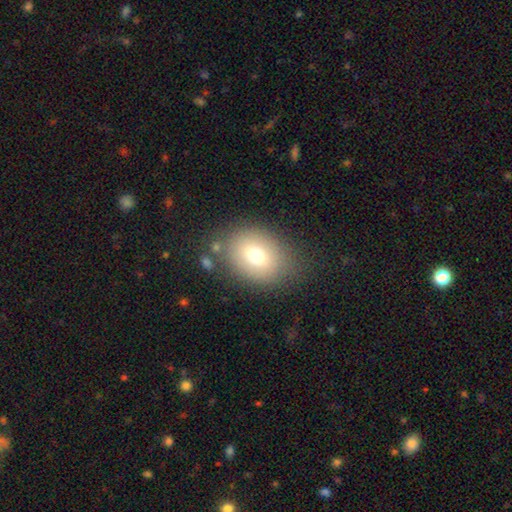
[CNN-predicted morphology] Smooth or featured? Predicted: smooth (p=0.72). How rounded? Predicted: in between (p=0.61). Merging? Predicted: none (p=0.75).